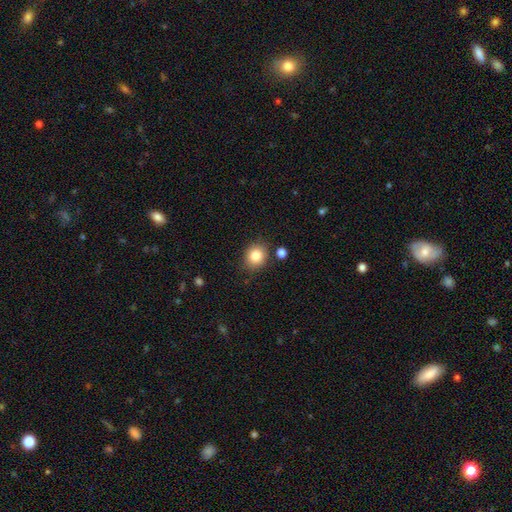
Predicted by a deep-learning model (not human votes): A smooth galaxy with no disk features (83%) that is round (76%).

Vote fractions:
- Smooth or featured? smooth: 83% / star or artifact: 10% / featured or disk: 7%
- How rounded? round: 76% / in between: 23% / cigar-shaped: 1%
- Merging? none: 82% / minor disturbance: 11% / merger: 4% / major disturbance: 3%